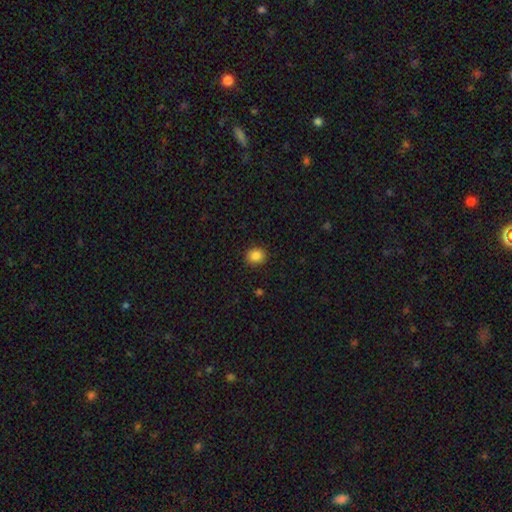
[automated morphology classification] smooth_or_featured: smooth (p=0.86) [alt: star or artifact p=0.10]
how_rounded: round (p=0.76) [alt: in between p=0.23]
merging: none (p=0.90) [alt: minor disturbance p=0.07]